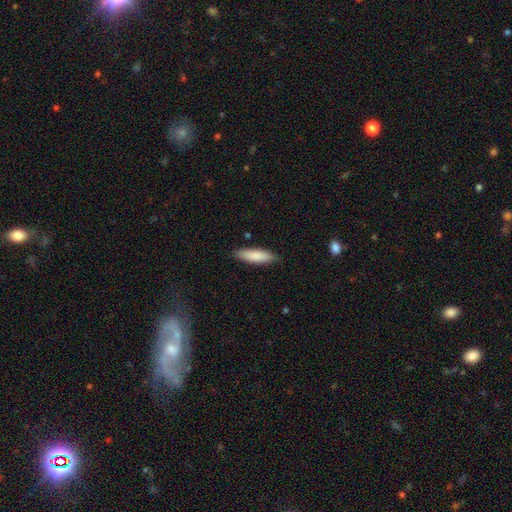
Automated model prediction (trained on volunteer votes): Smooth or featured? Predicted: smooth (p=0.85). How rounded? Predicted: cigar-shaped (p=0.58). Merging? Predicted: none (p=0.86).